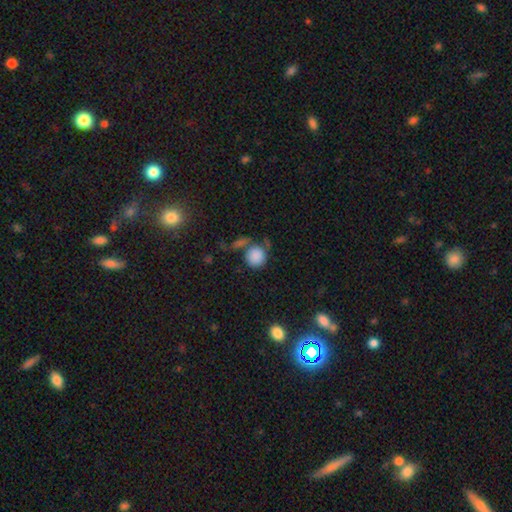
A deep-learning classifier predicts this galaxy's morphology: Smooth or featured? smooth (84%)
How rounded? round (86%)
Merging? none (43%)